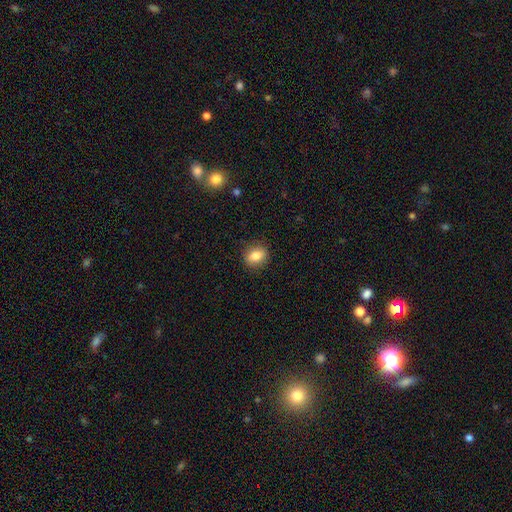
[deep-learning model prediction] smooth 81%, featured or disk 10%, star or artifact 9%. Down the decision tree: how rounded — round (50%); merging — none (88%).